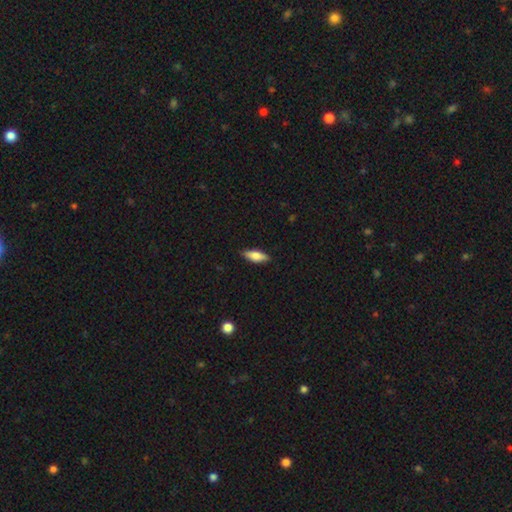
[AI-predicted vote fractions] A smooth galaxy with no disk features (73%) that is in between round and cigar-shaped (64%).

Vote fractions:
- Smooth or featured? smooth: 73% / featured or disk: 21% / star or artifact: 6%
- How rounded? in between: 64% / cigar-shaped: 34% / round: 2%
- Merging? none: 88% / minor disturbance: 9% / major disturbance: 2% / merger: 1%